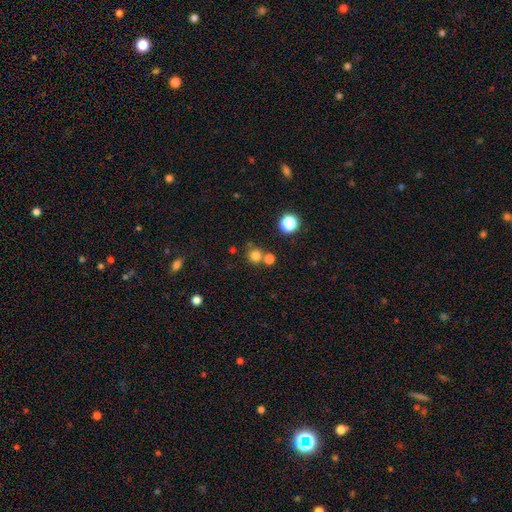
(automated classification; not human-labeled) Smooth or featured?
  - smooth: 76% *
  - star or artifact: 18%
  - featured or disk: 6%
How rounded?
  - round: 92% *
  - in between: 7%
  - cigar-shaped: 1%
Merging?
  - none: 66% *
  - merger: 24%
  - minor disturbance: 7%
  - major disturbance: 3%